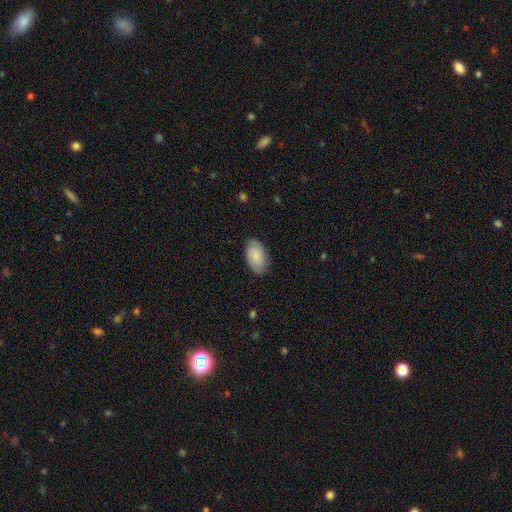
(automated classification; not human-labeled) Smooth or featured?
  - smooth: 78% *
  - featured or disk: 16%
  - star or artifact: 6%
How rounded?
  - in between: 94% *
  - round: 4%
  - cigar-shaped: 2%
Merging?
  - none: 83% *
  - minor disturbance: 13%
  - major disturbance: 3%
  - merger: 1%